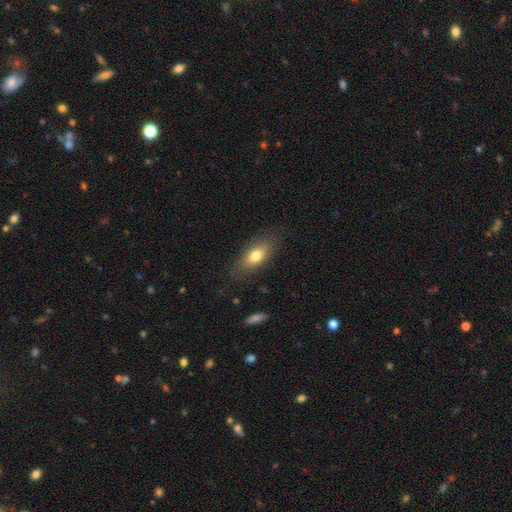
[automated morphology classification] Q: Smooth or featured?
A: smooth (74%); runner-up: featured or disk (18%)
Q: How rounded?
A: in between (79%); runner-up: cigar-shaped (15%)
Q: Merging?
A: none (77%); runner-up: minor disturbance (16%)